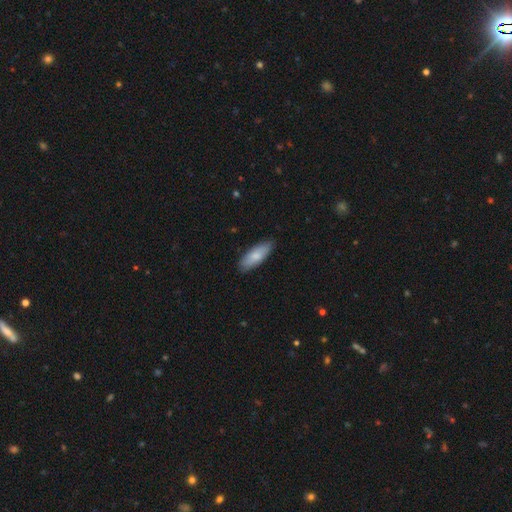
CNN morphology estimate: Smooth or featured: smooth — 80% (featured or disk — 15%)
How rounded: in between — 69% (cigar-shaped — 29%)
Merging: none — 85% (minor disturbance — 12%)